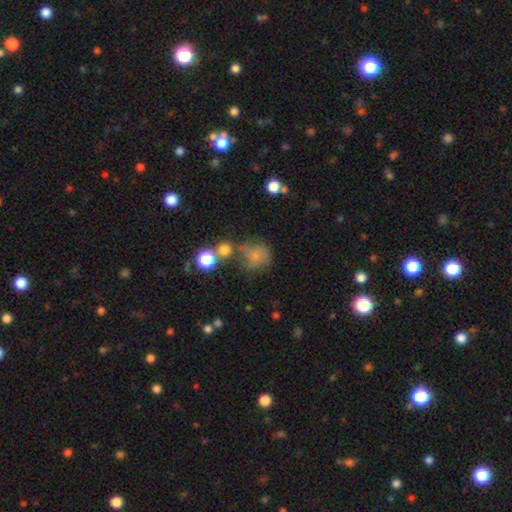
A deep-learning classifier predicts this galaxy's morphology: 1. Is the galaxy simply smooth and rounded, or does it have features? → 67% smooth, 17% featured or disk, 16% star or artifact.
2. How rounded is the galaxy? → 73% round, 26% in between, 1% cigar-shaped.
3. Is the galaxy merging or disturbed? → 38% none, 22% merger, 21% major disturbance, 20% minor disturbance.